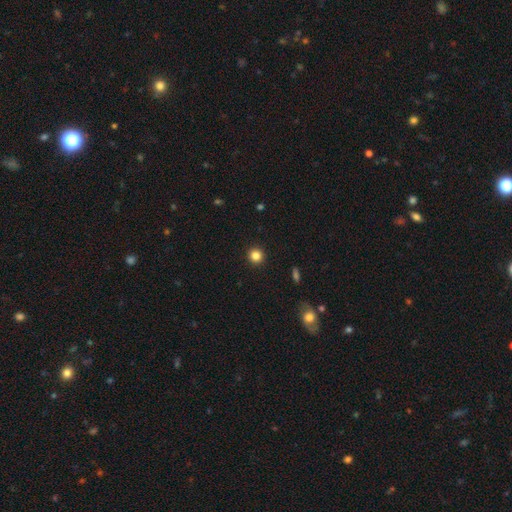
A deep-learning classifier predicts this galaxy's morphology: This is clearly a smooth galaxy (83%). How rounded: clearly round (95%). Merging: clearly none (93%).